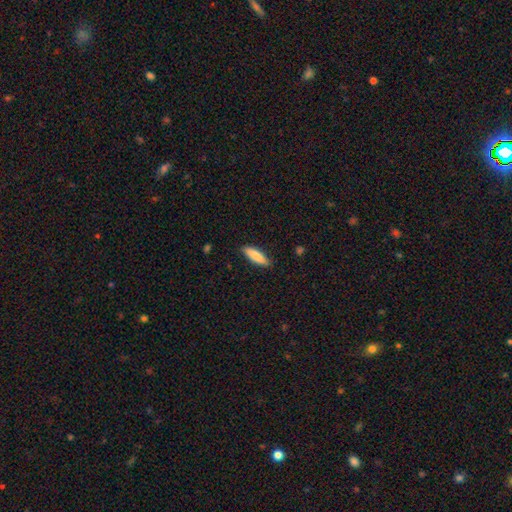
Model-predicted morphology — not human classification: A smooth galaxy with no disk features (83%) that is cigar-shaped (60%).

Vote fractions:
- Smooth or featured? smooth: 83% / featured or disk: 11% / star or artifact: 6%
- How rounded? cigar-shaped: 60% / in between: 39% / round: 2%
- Merging? none: 87% / minor disturbance: 10% / major disturbance: 2% / merger: 1%